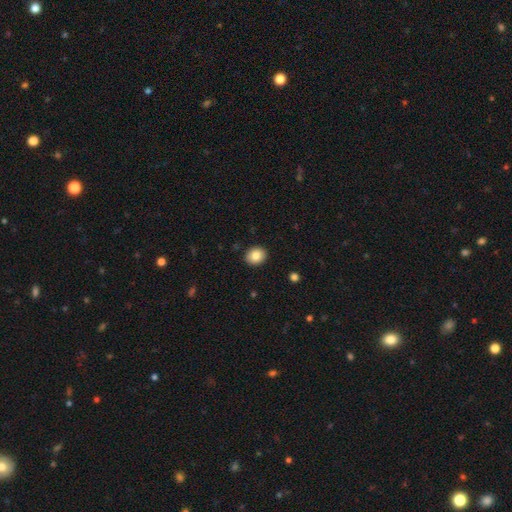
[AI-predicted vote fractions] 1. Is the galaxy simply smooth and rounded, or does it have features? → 84% smooth, 9% star or artifact, 8% featured or disk.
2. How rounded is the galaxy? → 67% round, 33% in between, 1% cigar-shaped.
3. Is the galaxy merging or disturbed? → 91% none, 6% minor disturbance, 2% major disturbance, 1% merger.